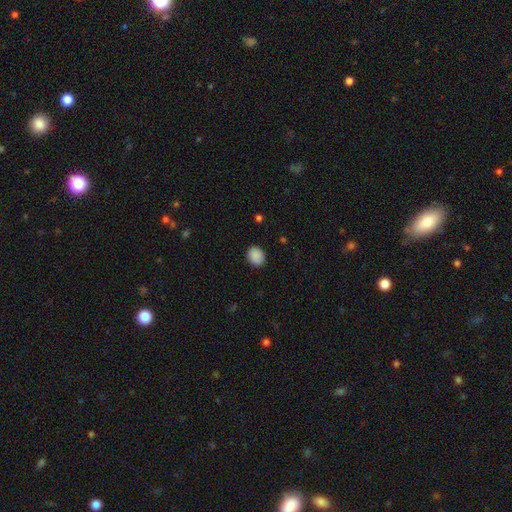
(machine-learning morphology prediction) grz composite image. It shows a smooth galaxy with no disk features (89%) that is round (58%). Merging: none (84%).